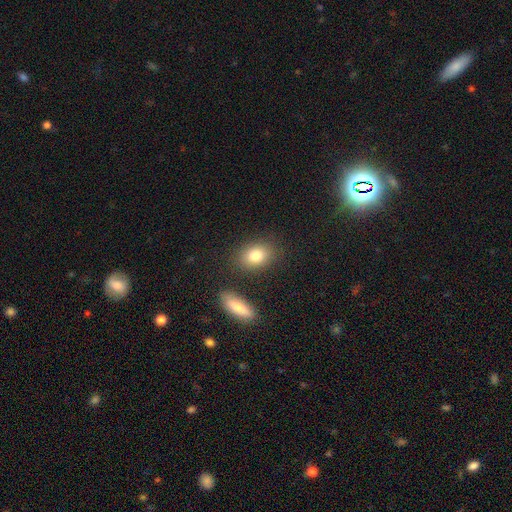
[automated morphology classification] smooth-or-featured: smooth: 81% | featured or disk: 10% | star or artifact: 9%
  how-rounded: in between: 72% | round: 26% | cigar-shaped: 2%
  merging: none: 80% | minor disturbance: 10% | merger: 7% | major disturbance: 3%